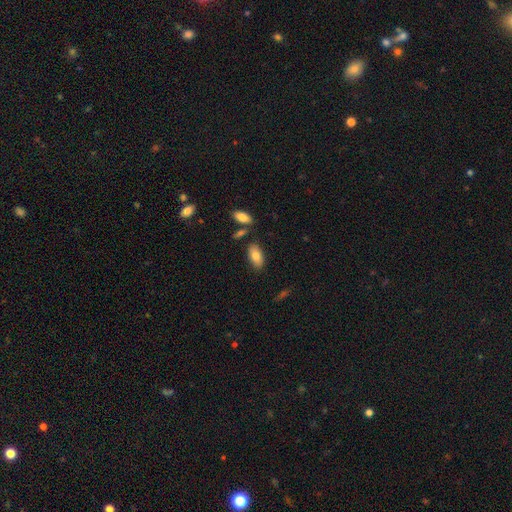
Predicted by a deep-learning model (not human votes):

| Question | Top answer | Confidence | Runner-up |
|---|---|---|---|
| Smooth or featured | smooth | 81% | featured or disk (12%) |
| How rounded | in between | 92% | cigar-shaped (6%) |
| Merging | none | 81% | minor disturbance (11%) |